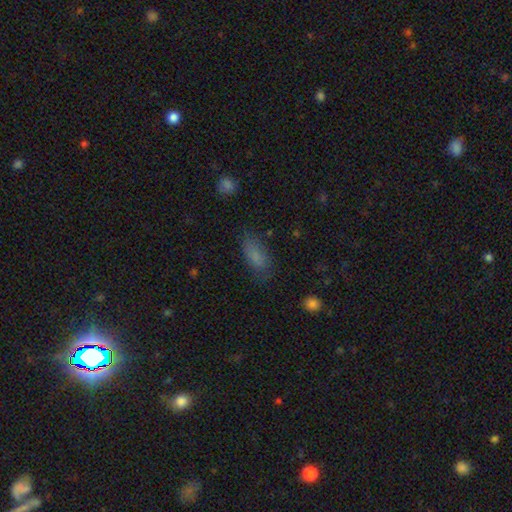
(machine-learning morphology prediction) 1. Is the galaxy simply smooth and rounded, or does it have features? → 80% smooth, 11% star or artifact, 9% featured or disk.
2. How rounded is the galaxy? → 82% in between, 15% cigar-shaped, 3% round.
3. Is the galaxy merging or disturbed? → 71% none, 20% minor disturbance, 7% major disturbance, 2% merger.